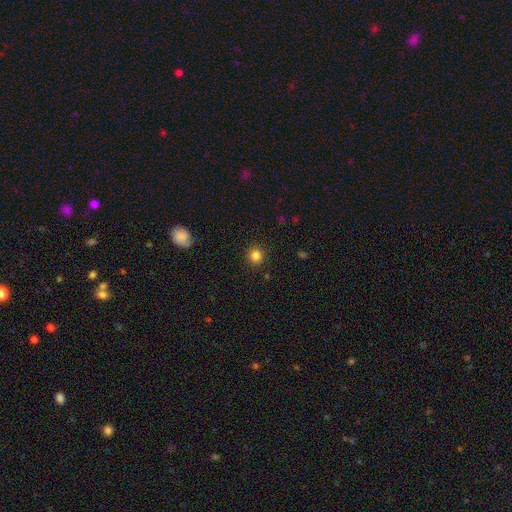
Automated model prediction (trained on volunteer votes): The model was most divided on "smooth or featured": smooth: 84%, star or artifact: 12%, featured or disk: 4%. More confident: how rounded — round (94%); merging — none (91%).